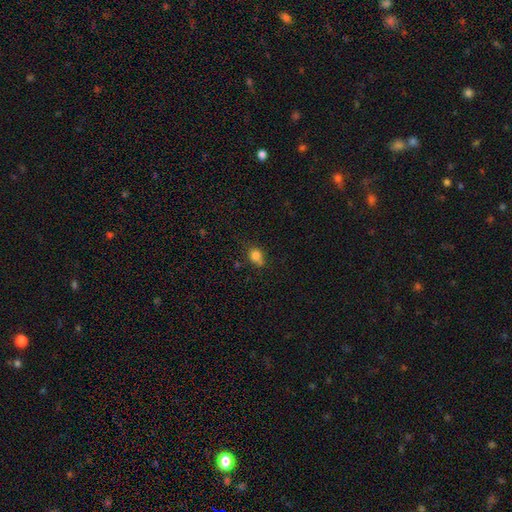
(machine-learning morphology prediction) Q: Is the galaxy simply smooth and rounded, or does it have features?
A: smooth — 79%.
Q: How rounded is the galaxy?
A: round — 59%.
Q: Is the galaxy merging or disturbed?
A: none — 55%.